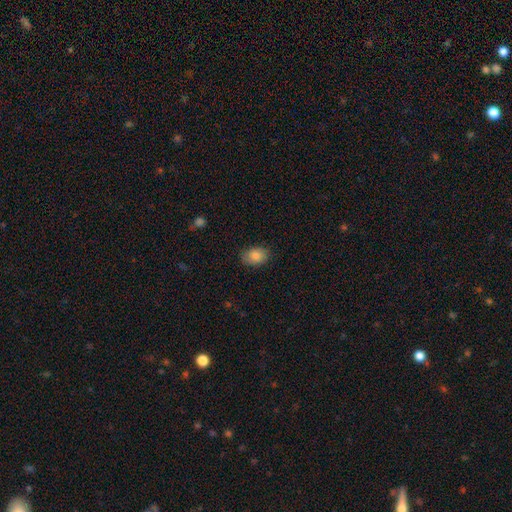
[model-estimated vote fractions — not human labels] smooth_or_featured: smooth (p=0.84) [alt: featured or disk p=0.08]
how_rounded: in between (p=0.82) [alt: round p=0.17]
merging: none (p=0.83) [alt: minor disturbance p=0.13]